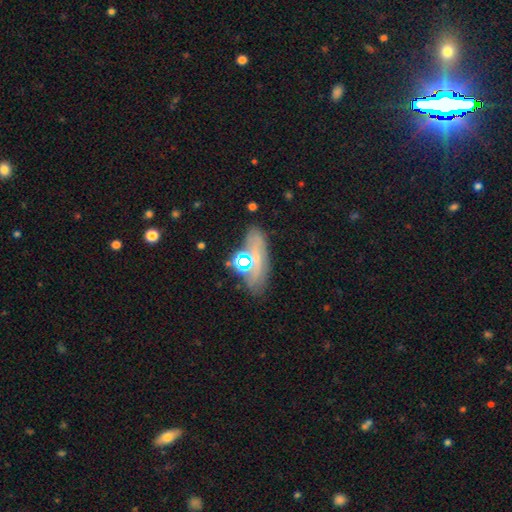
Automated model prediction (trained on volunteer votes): Smooth or featured? Predicted: smooth (p=0.41). Merging? Predicted: none (p=0.61).